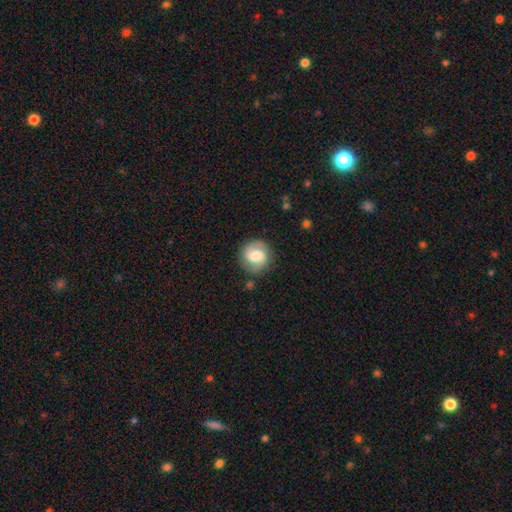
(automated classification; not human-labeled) featured or disk 59%, smooth 34%, star or artifact 7%. Down the decision tree: edge-on disk — no (98%); bar — weak (48%); spiral arms — yes (88%); spiral arm count — 2 (86%); spiral winding — medium (45%); bulge size — moderate (50%); merging — none (82%).